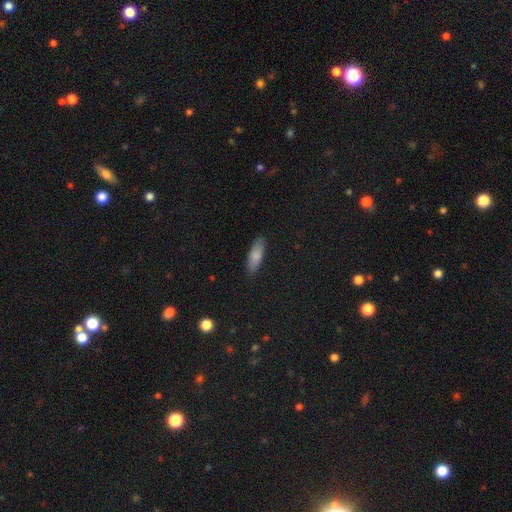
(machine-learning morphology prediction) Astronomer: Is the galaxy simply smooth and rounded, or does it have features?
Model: smooth — 82%.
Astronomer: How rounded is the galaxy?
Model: in between — 60% (runner-up: cigar-shaped, 38%).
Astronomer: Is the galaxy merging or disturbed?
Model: none — 86%.